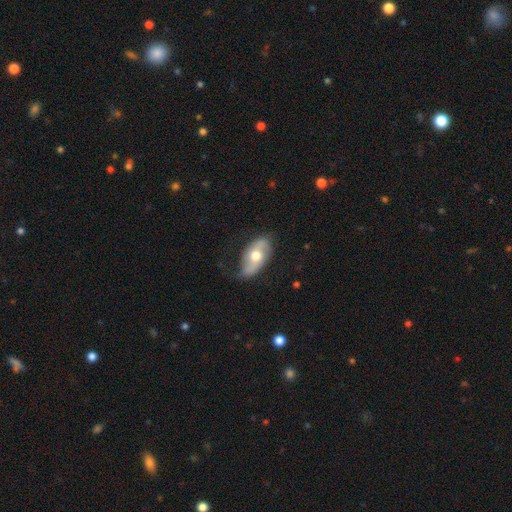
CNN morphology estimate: featured or disk 54%, smooth 40%, star or artifact 6%. Down the decision tree: edge-on disk — no (87%); merging — none (67%).